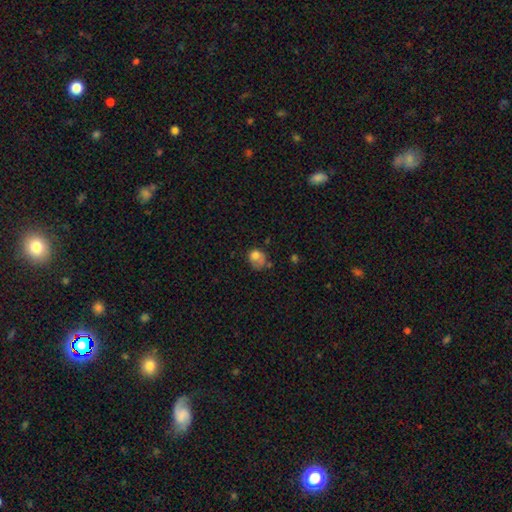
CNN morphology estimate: Smooth or featured: smooth — 71% (featured or disk — 18%)
How rounded: round — 59% (in between — 41%)
Merging: none — 35% (minor disturbance — 30%)